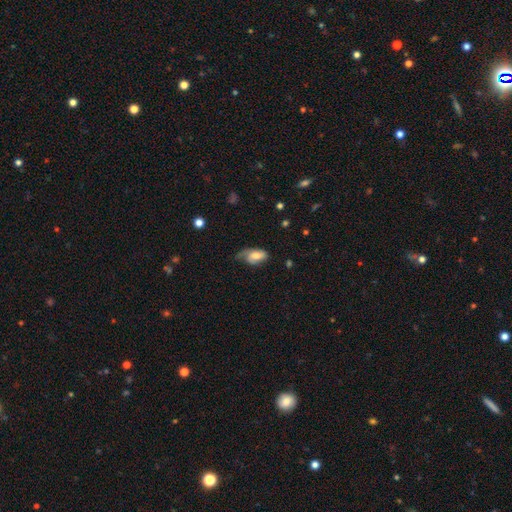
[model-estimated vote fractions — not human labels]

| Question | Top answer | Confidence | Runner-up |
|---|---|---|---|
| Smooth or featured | smooth | 50% | featured or disk (43%) |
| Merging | none | 37% | minor disturbance (36%) |